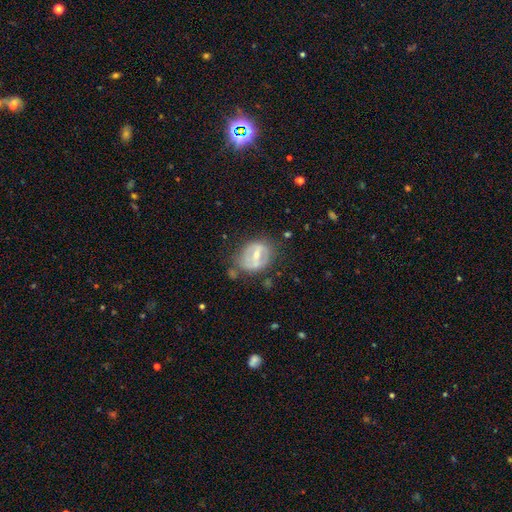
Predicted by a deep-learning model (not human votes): This is likely a featured or disk galaxy (62%). It is clearly not viewed edge-on (94%). Bar: possibly strong (49%). Spiral arm pattern: likely no (64%). Central bulge: possibly moderate (51%). Merging: possibly none (59%).